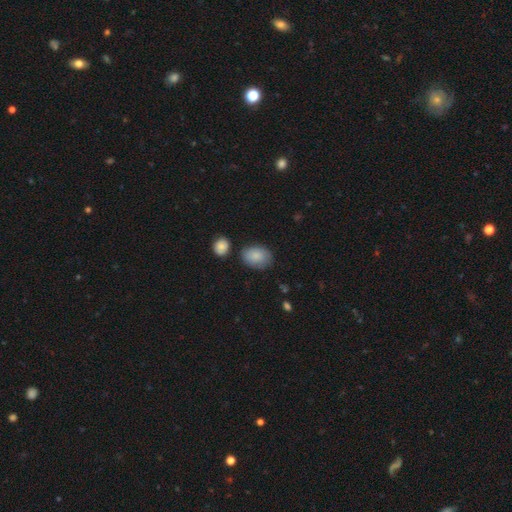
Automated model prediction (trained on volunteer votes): This is clearly a smooth galaxy (85%). How rounded: likely in between (73%). Merging: likely none (73%).